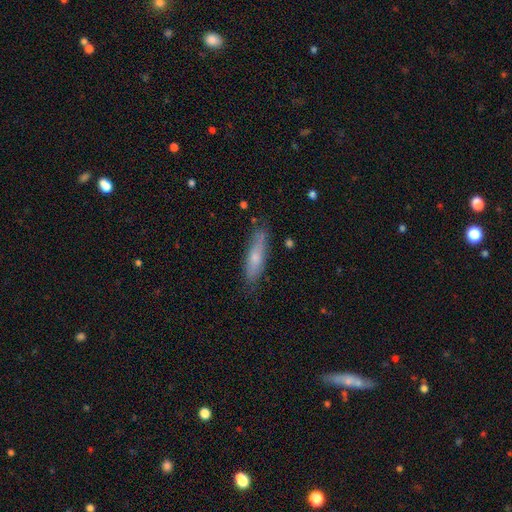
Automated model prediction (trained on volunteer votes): smooth 60%, featured or disk 33%, star or artifact 7%. Down the decision tree: how rounded — cigar-shaped (77%); merging — none (79%).